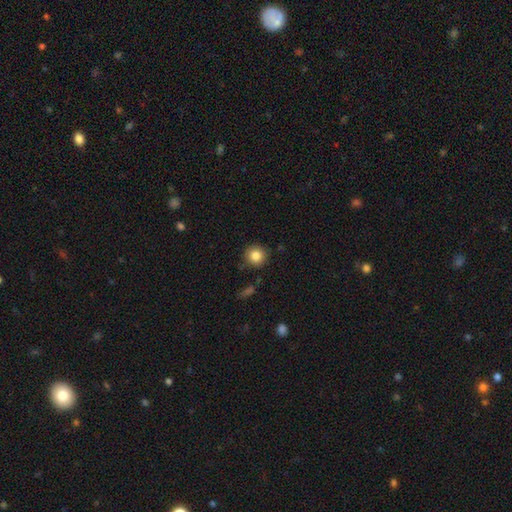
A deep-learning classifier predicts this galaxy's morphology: Q: Smooth or featured?
A: smooth (84%); runner-up: star or artifact (10%)
Q: How rounded?
A: round (92%); runner-up: in between (7%)
Q: Merging?
A: none (86%); runner-up: minor disturbance (9%)